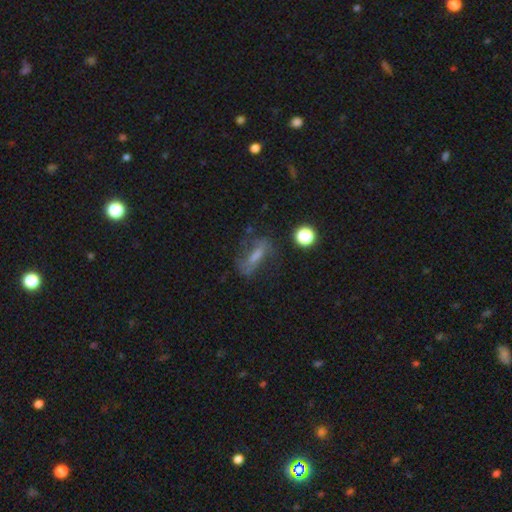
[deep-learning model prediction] Smooth or featured? featured or disk (43%)
Merging? none (52%)